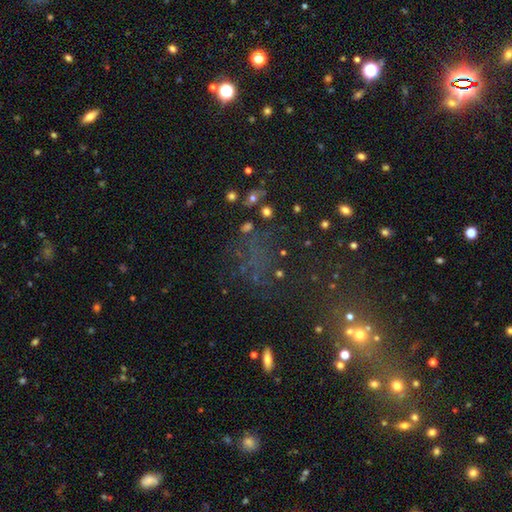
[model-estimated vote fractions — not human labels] star or artifact 63%, smooth 24%, featured or disk 12%.